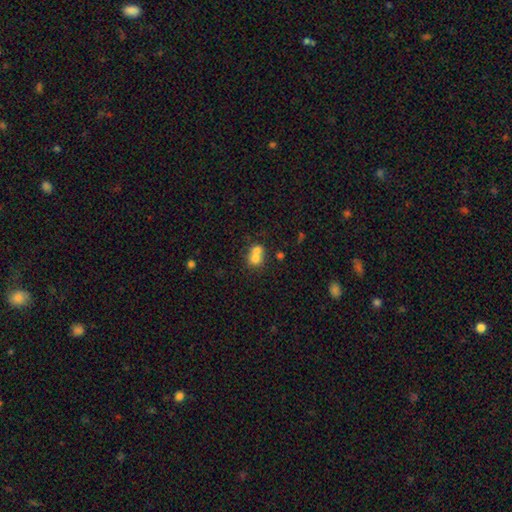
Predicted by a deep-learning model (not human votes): Smooth or featured?
  - smooth: 71% *
  - featured or disk: 18%
  - star or artifact: 11%
How rounded?
  - round: 71% *
  - in between: 28%
  - cigar-shaped: 1%
Merging?
  - merger: 66% *
  - none: 25%
  - minor disturbance: 6%
  - major disturbance: 3%